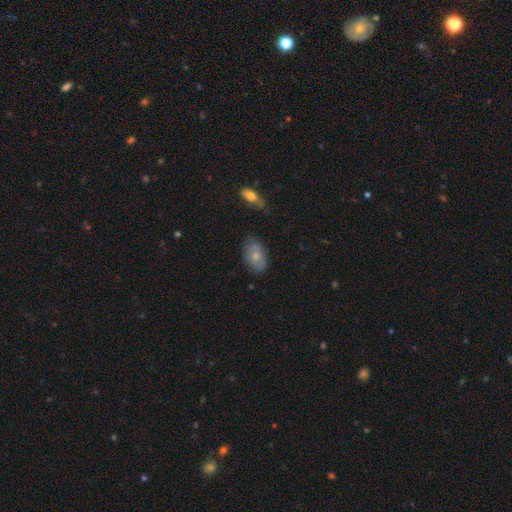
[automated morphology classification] smooth-or-featured: smooth: 74% | featured or disk: 19% | star or artifact: 7%
  how-rounded: in between: 91% | round: 8% | cigar-shaped: 2%
  merging: none: 73% | minor disturbance: 20% | major disturbance: 4% | merger: 3%